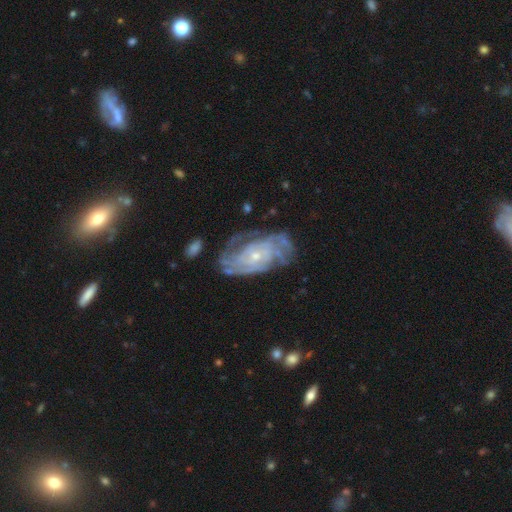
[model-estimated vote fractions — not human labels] featured or disk 86%, smooth 9%, star or artifact 6%. Down the decision tree: edge-on disk — no (96%); bar — no (73%); spiral arms — yes (93%); spiral arm count — can't tell (39%); spiral winding — tight (64%); bulge size — small (72%); merging — none (64%).